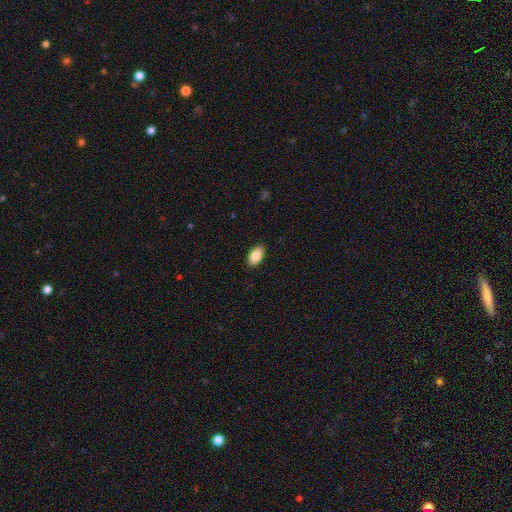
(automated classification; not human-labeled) This appears to be a smooth galaxy with no disk features (85%) that is in between round and cigar-shaped (94%). Merging: none (90%).